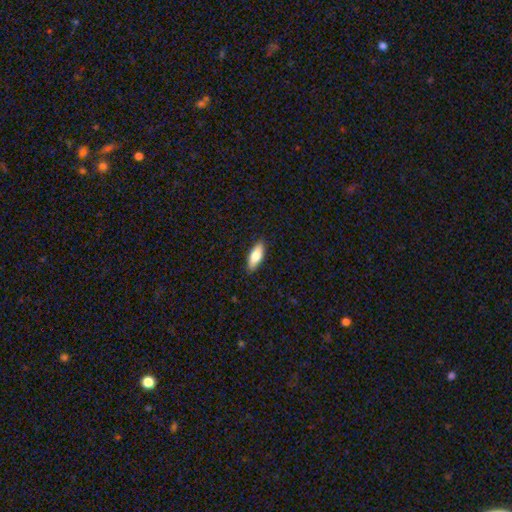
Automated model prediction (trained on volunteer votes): This appears to be a smooth galaxy with no disk features (76%) that is in between round and cigar-shaped (69%). Merging: none (89%).